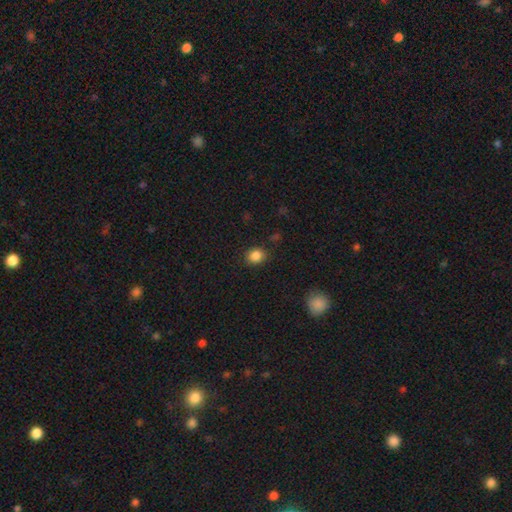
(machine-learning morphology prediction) The model was most divided on "how rounded": round: 70%, in between: 29%, cigar-shaped: 1%. More confident: merging — none (86%); smooth or featured — smooth (86%).